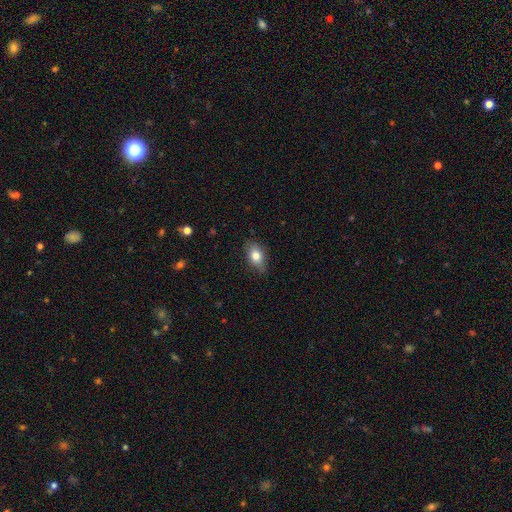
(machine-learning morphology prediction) smooth_or_featured: smooth (p=0.77) [alt: featured or disk p=0.14]
how_rounded: in between (p=0.82) [alt: round p=0.14]
merging: none (p=0.77) [alt: minor disturbance p=0.19]